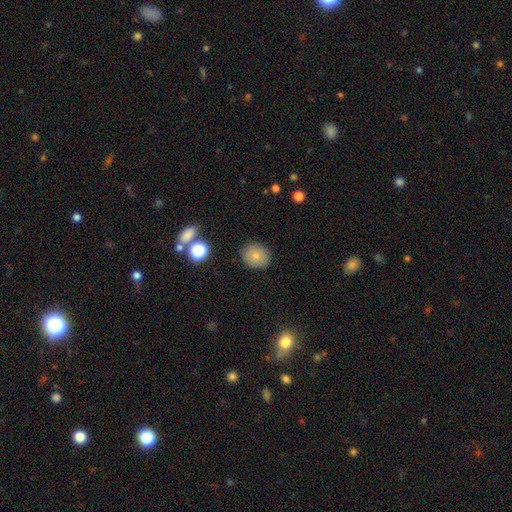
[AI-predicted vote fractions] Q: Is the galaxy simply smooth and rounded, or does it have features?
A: smooth — 76%.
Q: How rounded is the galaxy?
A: round — 78%.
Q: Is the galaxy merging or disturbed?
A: none — 85%.